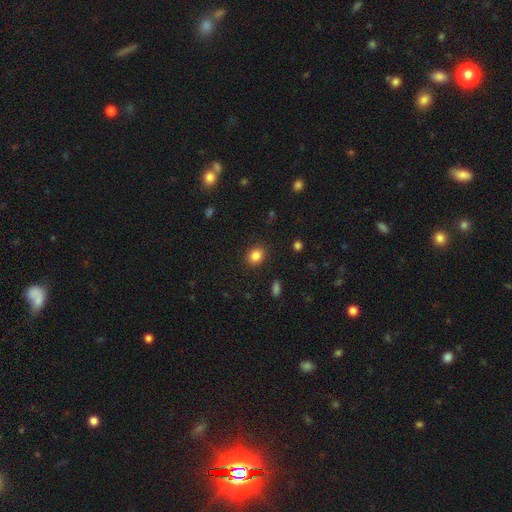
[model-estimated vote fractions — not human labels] A smooth galaxy with no disk features (85%) that is round (60%).

Vote fractions:
- Smooth or featured? smooth: 85% / star or artifact: 11% / featured or disk: 5%
- How rounded? round: 60% / in between: 39% / cigar-shaped: 1%
- Merging? none: 88% / minor disturbance: 8% / major disturbance: 2% / merger: 1%